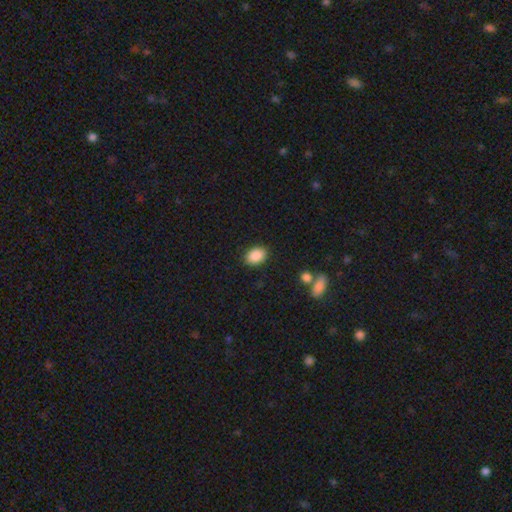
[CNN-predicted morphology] This is clearly a smooth galaxy (88%). How rounded: clearly in between (81%). Merging: clearly none (87%).